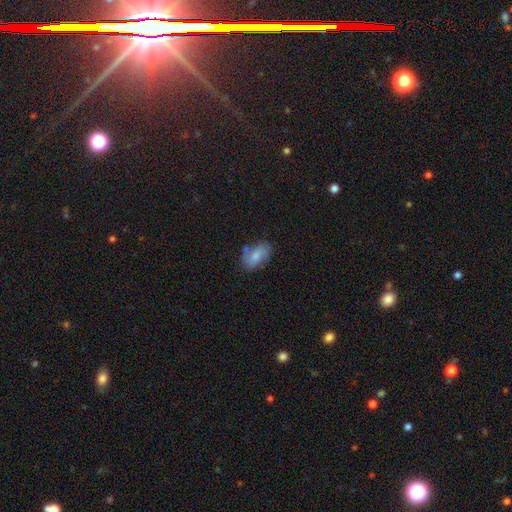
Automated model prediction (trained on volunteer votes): Overall: smooth (63%; featured or disk 29%). How rounded: in between (88%). Merging: none (64%).